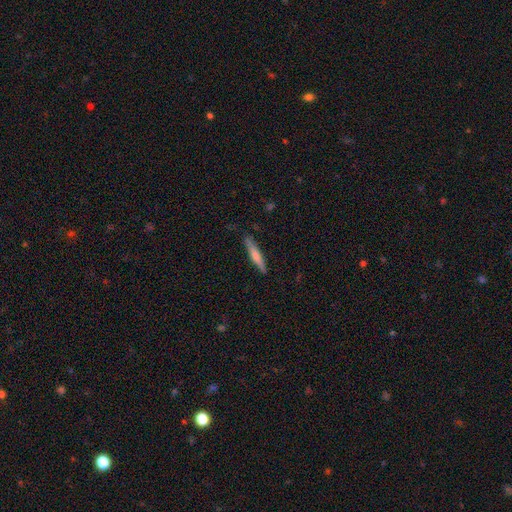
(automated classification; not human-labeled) A smooth galaxy with no disk features (62%) that is cigar-shaped (93%). Merging: none (85%).